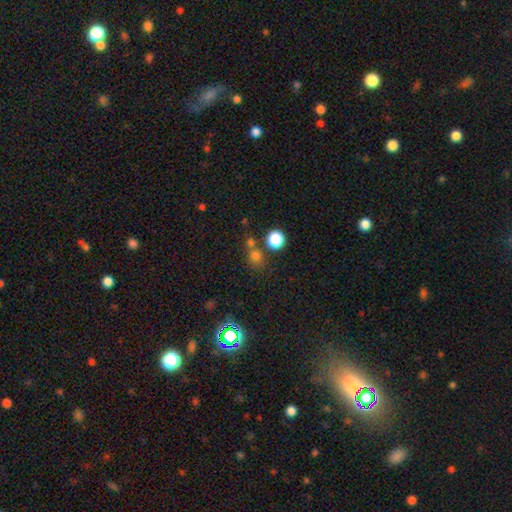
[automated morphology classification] The model was most divided on "merging": none: 63%, merger: 25%, minor disturbance: 8%, major disturbance: 4%. More confident: how rounded — round (84%); smooth or featured — smooth (69%).